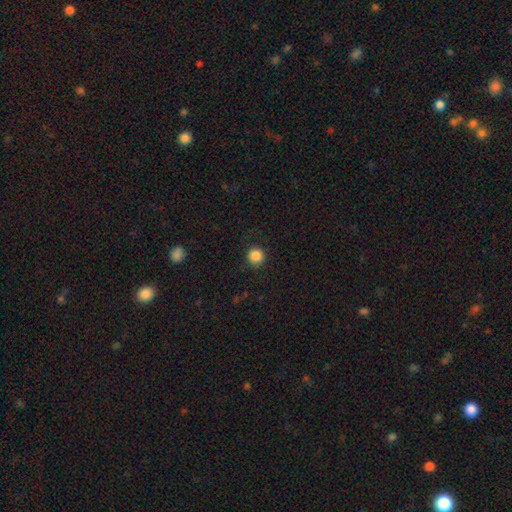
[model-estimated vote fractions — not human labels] Smooth or featured? smooth (87%)
How rounded? round (92%)
Merging? none (88%)